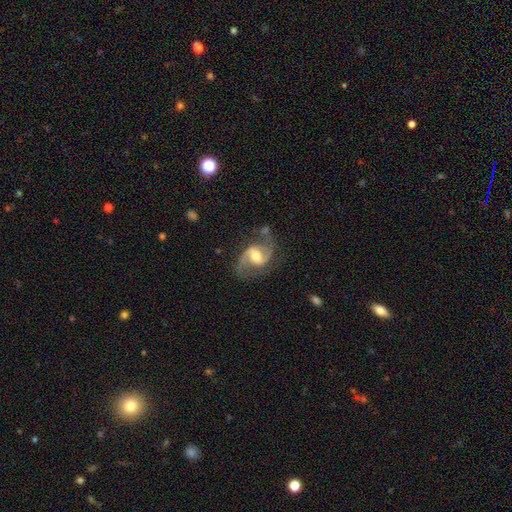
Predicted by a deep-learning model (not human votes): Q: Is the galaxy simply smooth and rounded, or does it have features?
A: featured or disk — 88%.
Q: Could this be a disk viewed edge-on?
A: no — 98%.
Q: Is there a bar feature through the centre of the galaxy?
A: weak — 52%.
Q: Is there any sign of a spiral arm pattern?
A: yes — 96%.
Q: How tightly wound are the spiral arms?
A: medium — 53%.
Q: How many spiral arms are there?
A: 2 — 92%.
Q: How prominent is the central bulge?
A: moderate — 69%.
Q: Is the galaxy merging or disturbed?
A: none — 69%.